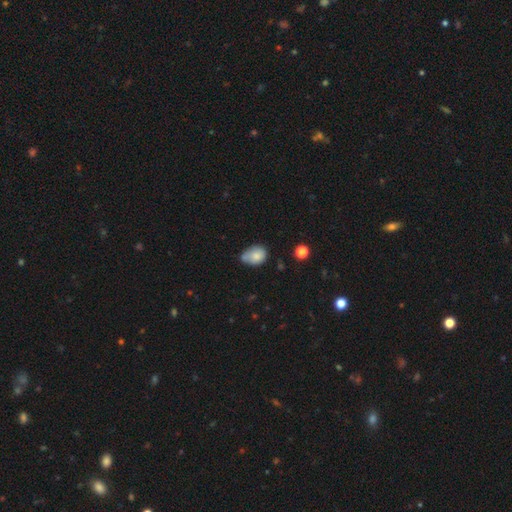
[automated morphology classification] Smooth or featured? Predicted: smooth (p=0.79). How rounded? Predicted: in between (p=0.65). Merging? Predicted: none (p=0.41).